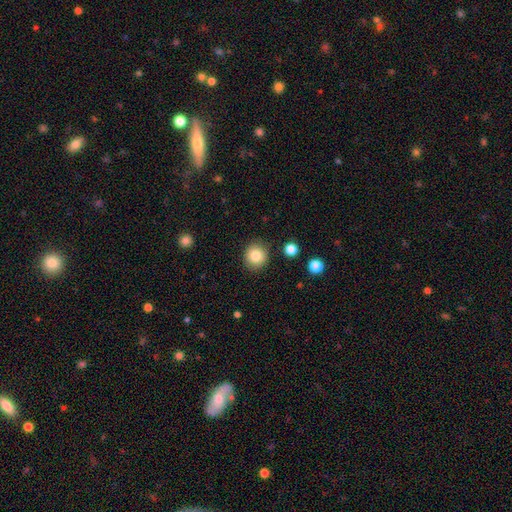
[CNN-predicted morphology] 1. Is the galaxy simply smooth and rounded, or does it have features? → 83% smooth, 10% star or artifact, 7% featured or disk.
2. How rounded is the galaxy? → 88% round, 11% in between, 1% cigar-shaped.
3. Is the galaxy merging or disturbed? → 88% none, 8% minor disturbance, 2% major disturbance, 2% merger.